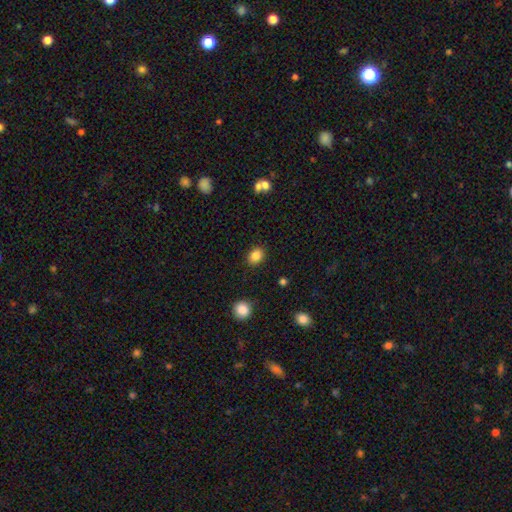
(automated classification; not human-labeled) smooth_or_featured: smooth (p=0.85) [alt: star or artifact p=0.10]
how_rounded: in between (p=0.50) [alt: round p=0.49]
merging: none (p=0.87) [alt: minor disturbance p=0.08]